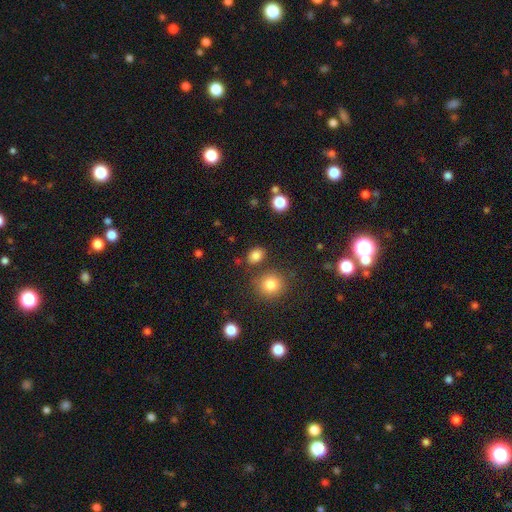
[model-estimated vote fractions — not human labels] A smooth galaxy with no disk features (84%) that is in between round and cigar-shaped (62%).

Vote fractions:
- Smooth or featured? smooth: 84% / star or artifact: 12% / featured or disk: 4%
- How rounded? in between: 62% / round: 36% / cigar-shaped: 1%
- Merging? none: 79% / minor disturbance: 10% / merger: 7% / major disturbance: 3%